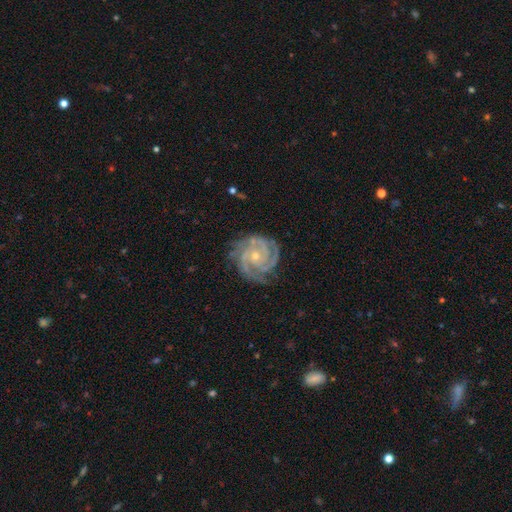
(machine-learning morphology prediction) Overall: featured or disk (93%). Edge-on disk: no (98%). Bar: no (73%). Spiral arms: yes (99%). Spiral arm count: 3 (51%; 4 16%). Spiral winding: tight (75%). Bulge size: small (69%). Merging: none (77%).